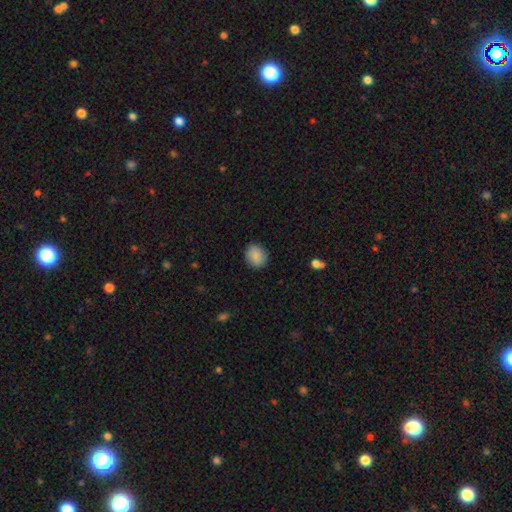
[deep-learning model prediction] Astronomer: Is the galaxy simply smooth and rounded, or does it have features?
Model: smooth — 87%.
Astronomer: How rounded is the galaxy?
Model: round — 68%.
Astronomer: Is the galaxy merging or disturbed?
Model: none — 89%.